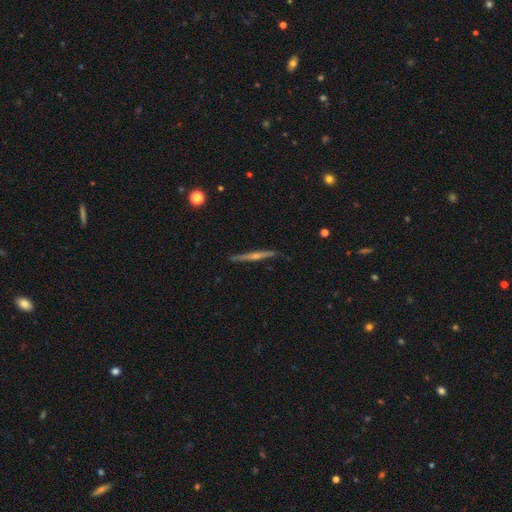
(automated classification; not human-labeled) This is likely a featured or disk galaxy (77%). It is clearly viewed edge-on (98%). Edge-on bulge: likely rounded (74%). Merging: clearly none (90%).